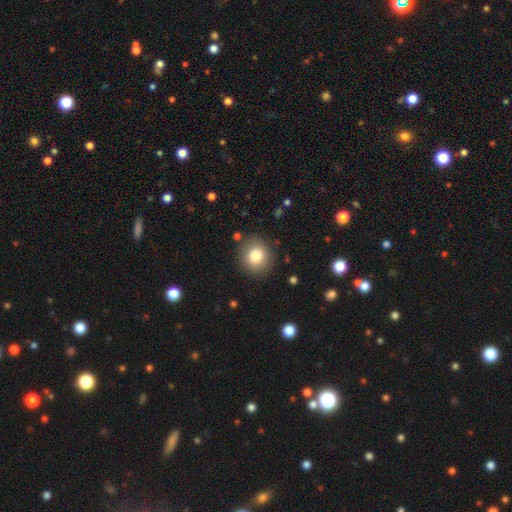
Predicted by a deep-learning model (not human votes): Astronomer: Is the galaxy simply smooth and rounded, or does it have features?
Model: smooth — 80%.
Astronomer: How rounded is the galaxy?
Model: round — 84%.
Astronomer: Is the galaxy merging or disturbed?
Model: none — 87%.